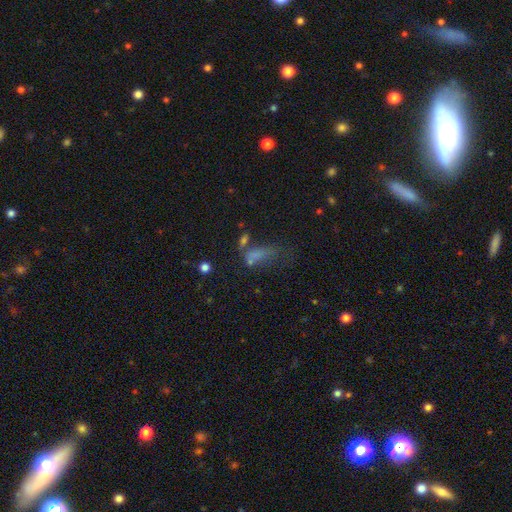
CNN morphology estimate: smooth-or-featured: smooth: 62% | featured or disk: 19% | star or artifact: 19%
  how-rounded: in between: 72% | cigar-shaped: 20% | round: 8%
  merging: major disturbance: 35% | none: 25% | merger: 21% | minor disturbance: 19%